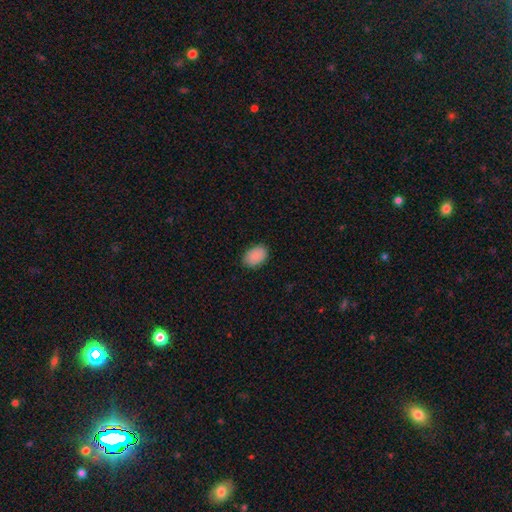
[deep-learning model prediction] A smooth galaxy with no disk features (89%) that is in between round and cigar-shaped (83%).

Vote fractions:
- Smooth or featured? smooth: 89% / star or artifact: 7% / featured or disk: 5%
- How rounded? in between: 83% / round: 16% / cigar-shaped: 1%
- Merging? none: 87% / minor disturbance: 10% / major disturbance: 2% / merger: 1%